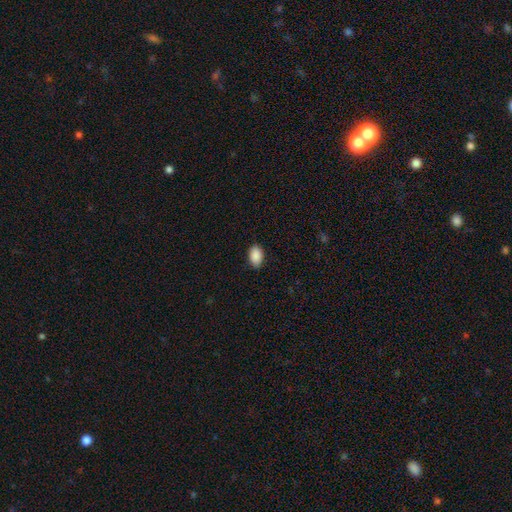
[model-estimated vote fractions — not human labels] Morphology: type=smooth (90%); roundness=in between (91%); merging=none (87%).